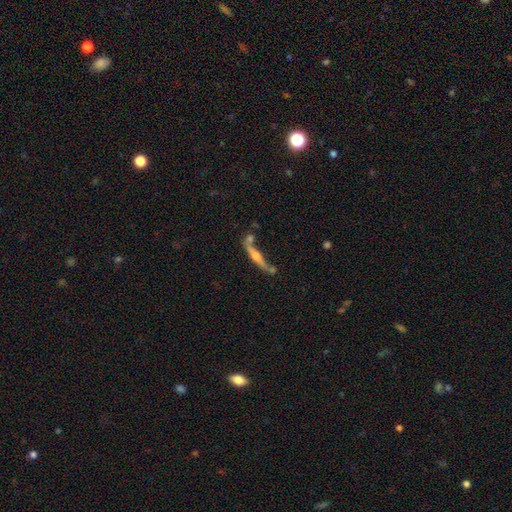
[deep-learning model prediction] A featured or disk galaxy (69%) viewed edge-on (95%) with a rounded central bulge (88%).

Vote fractions:
- Smooth or featured? featured or disk: 69% / smooth: 24% / star or artifact: 7%
- Edge-on disk? yes: 95% / no: 5%
- Edge-on bulge? rounded: 88% / none: 6% / boxy: 6%
- Merging? none: 64% / minor disturbance: 15% / merger: 15% / major disturbance: 5%